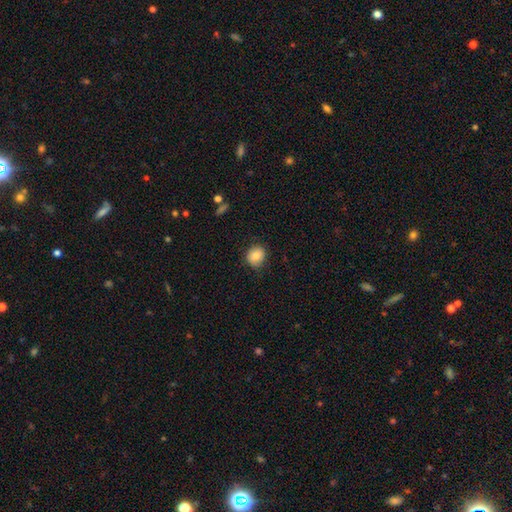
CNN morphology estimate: This is clearly a smooth galaxy (85%). How rounded: likely round (76%). Merging: clearly none (81%).